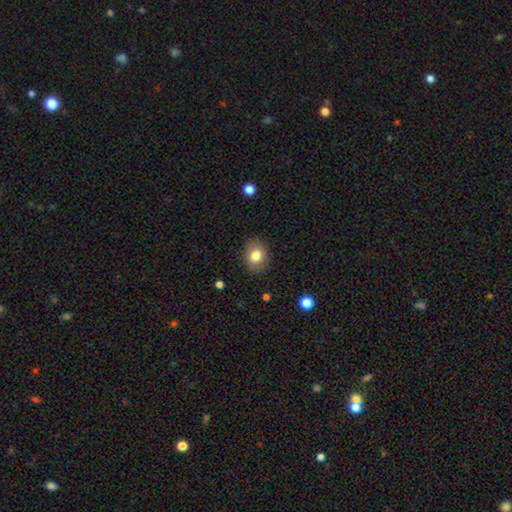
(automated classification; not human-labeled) A smooth galaxy with no disk features (83%) that is in between round and cigar-shaped (54%).

Vote fractions:
- Smooth or featured? smooth: 83% / featured or disk: 9% / star or artifact: 9%
- How rounded? in between: 54% / round: 45% / cigar-shaped: 1%
- Merging? none: 86% / minor disturbance: 10% / major disturbance: 3% / merger: 1%